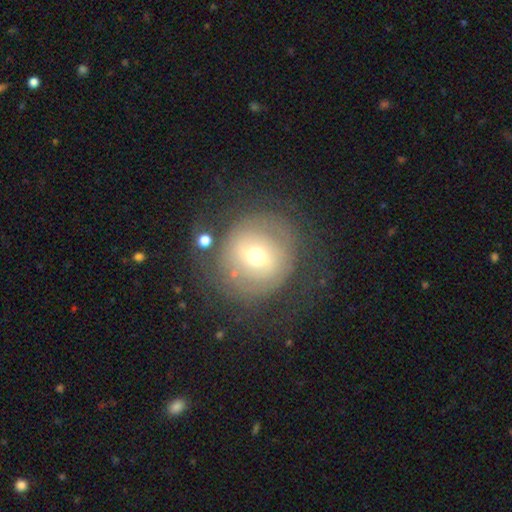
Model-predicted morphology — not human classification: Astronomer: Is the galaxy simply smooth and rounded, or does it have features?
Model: featured or disk — 49% (runner-up: smooth, 41%).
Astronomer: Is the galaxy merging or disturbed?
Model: none — 66%.